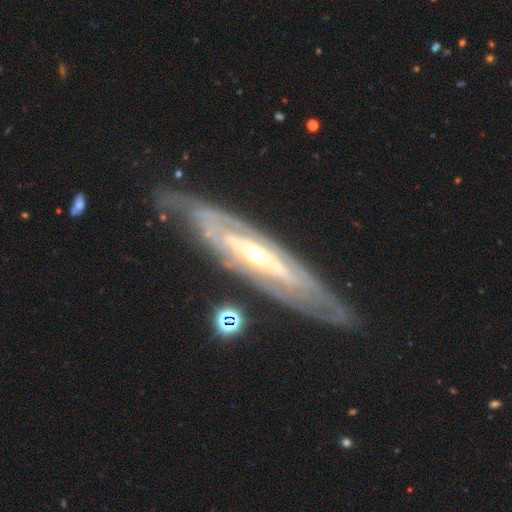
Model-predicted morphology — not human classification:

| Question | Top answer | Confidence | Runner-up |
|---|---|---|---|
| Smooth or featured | featured or disk | 86% | smooth (9%) |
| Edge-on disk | no | 70% | yes (30%) |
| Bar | no | 54% | weak (26%) |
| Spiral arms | yes | 80% | no (20%) |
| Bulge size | small | 51% | moderate (44%) |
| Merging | none | 78% | minor disturbance (15%) |